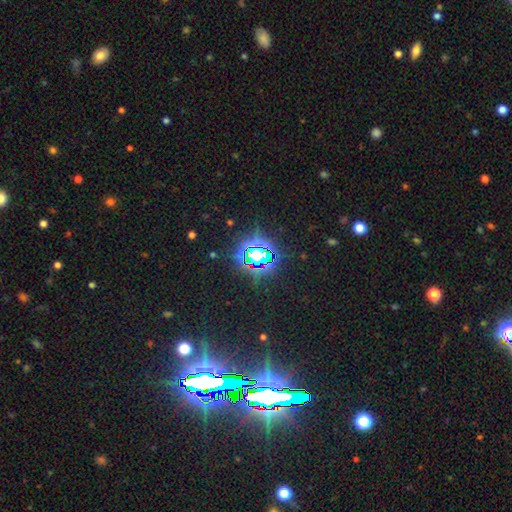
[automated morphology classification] Smooth or featured: star or artifact — 80% (smooth — 12%)